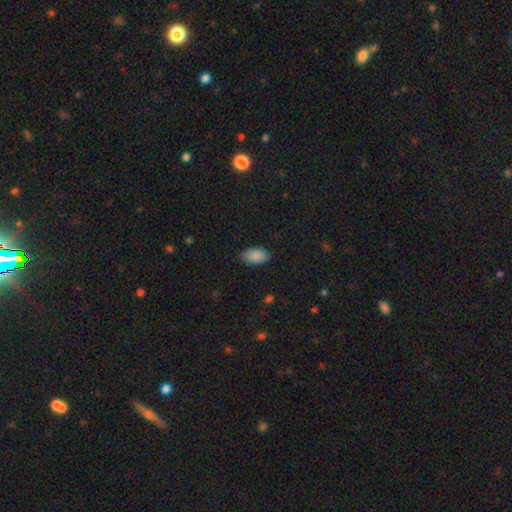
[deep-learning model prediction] Smooth or featured? Predicted: smooth (p=0.89). How rounded? Predicted: in between (p=0.94). Merging? Predicted: none (p=0.86).